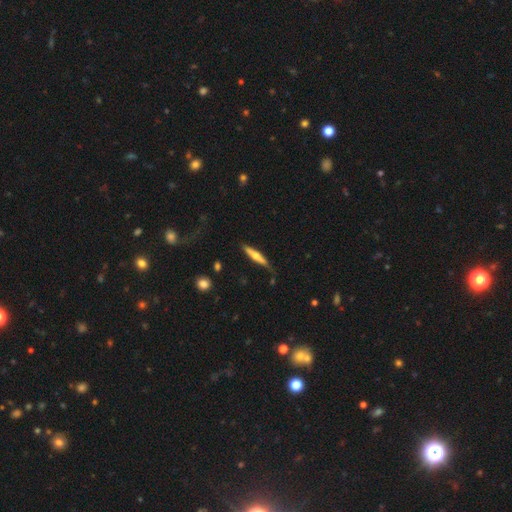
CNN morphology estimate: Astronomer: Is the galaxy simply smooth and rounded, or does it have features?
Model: featured or disk — 54% (runner-up: smooth, 40%).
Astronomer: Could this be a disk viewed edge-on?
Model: yes — 94%.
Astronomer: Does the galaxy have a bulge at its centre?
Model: rounded — 84%.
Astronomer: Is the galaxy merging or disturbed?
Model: none — 73%.